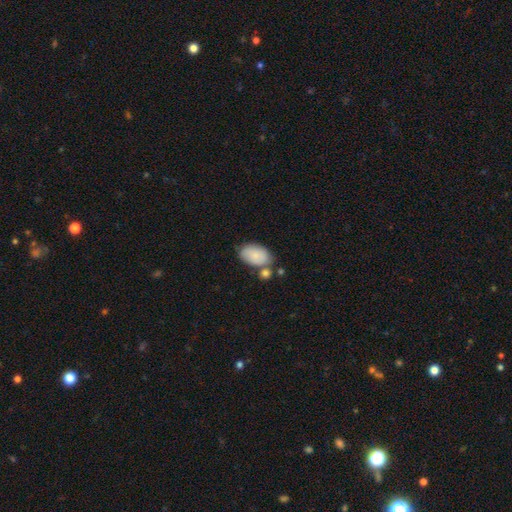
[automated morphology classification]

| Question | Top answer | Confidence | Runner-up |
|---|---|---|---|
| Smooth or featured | smooth | 83% | featured or disk (11%) |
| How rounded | in between | 93% | round (6%) |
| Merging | none | 61% | minor disturbance (18%) |